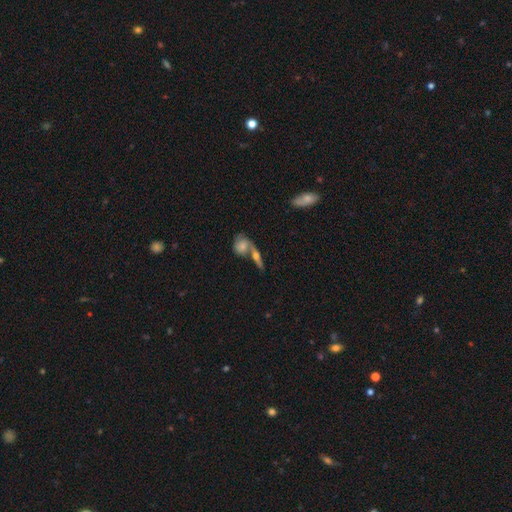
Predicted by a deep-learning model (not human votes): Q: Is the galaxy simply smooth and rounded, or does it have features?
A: smooth — 43%.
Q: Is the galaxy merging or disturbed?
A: none — 50%.